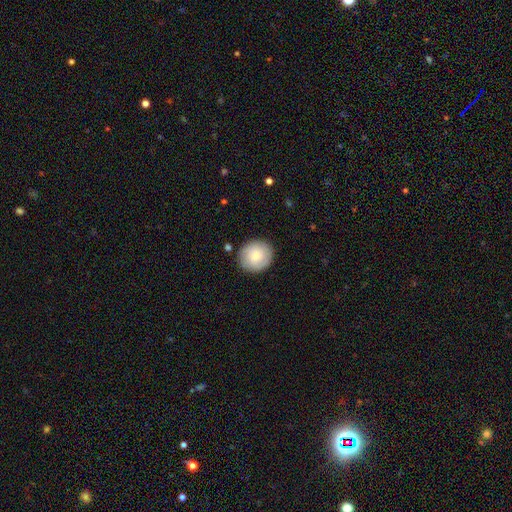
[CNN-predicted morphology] Smooth or featured: smooth — 75% (featured or disk — 19%)
How rounded: round — 86% (in between — 13%)
Merging: none — 87% (minor disturbance — 9%)